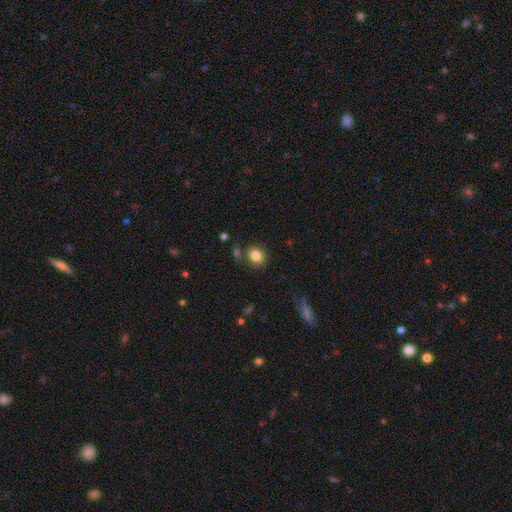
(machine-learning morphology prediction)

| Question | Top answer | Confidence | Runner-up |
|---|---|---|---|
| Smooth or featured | smooth | 83% | star or artifact (10%) |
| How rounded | round | 60% | in between (39%) |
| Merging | none | 79% | minor disturbance (11%) |